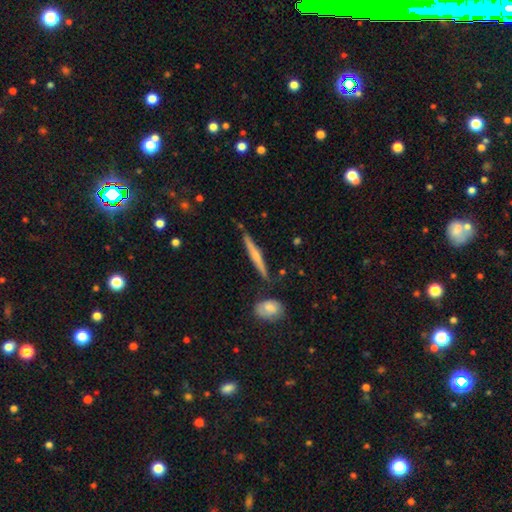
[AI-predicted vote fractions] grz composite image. It shows a featured or disk galaxy (54%) viewed edge-on (96%) with a rounded central bulge (61%). Merging: none (83%).